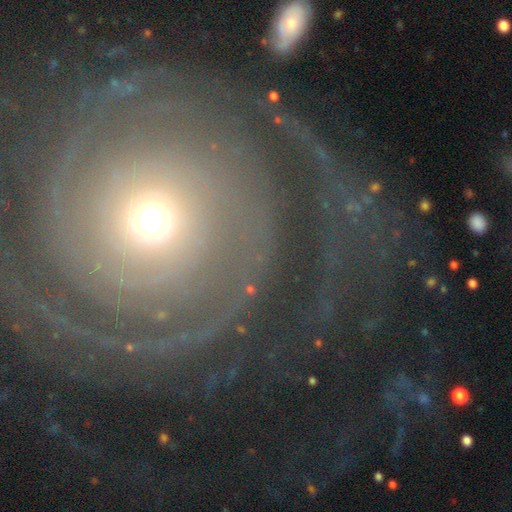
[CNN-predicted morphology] featured or disk 86%, smooth 7%, star or artifact 7%. Down the decision tree: edge-on disk — no (97%); bar — no (80%); spiral arms — yes (95%); spiral arm count — 2 (43%); spiral winding — tight (73%); bulge size — small (56%); merging — none (70%).